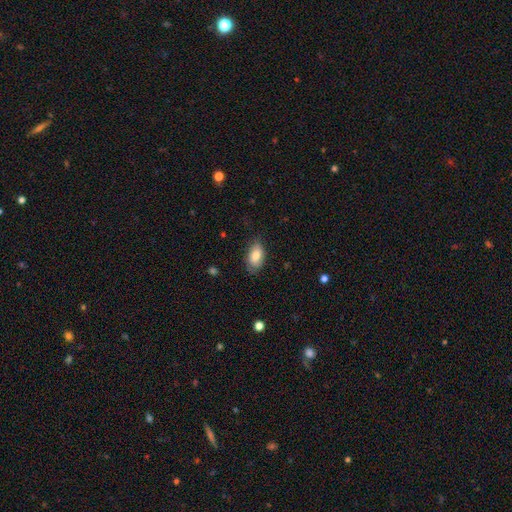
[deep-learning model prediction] smooth_or_featured: smooth (p=0.80) [alt: featured or disk p=0.13]
how_rounded: in between (p=0.92) [alt: round p=0.06]
merging: none (p=0.73) [alt: minor disturbance p=0.21]